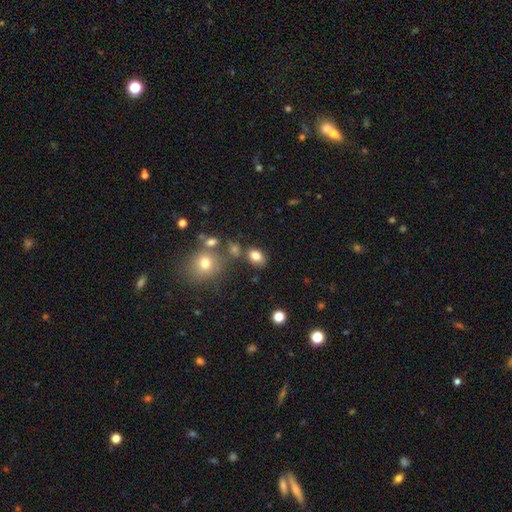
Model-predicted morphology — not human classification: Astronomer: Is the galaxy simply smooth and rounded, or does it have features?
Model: smooth — 80%.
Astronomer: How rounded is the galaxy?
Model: in between — 79%.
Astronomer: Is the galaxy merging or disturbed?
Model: none — 72%.